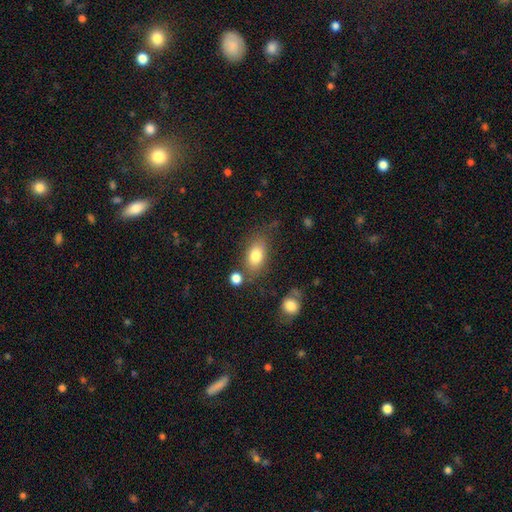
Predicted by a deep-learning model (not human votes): smooth-or-featured: smooth: 79% | featured or disk: 13% | star or artifact: 8%
  how-rounded: in between: 84% | round: 13% | cigar-shaped: 3%
  merging: none: 67% | minor disturbance: 18% | merger: 8% | major disturbance: 7%